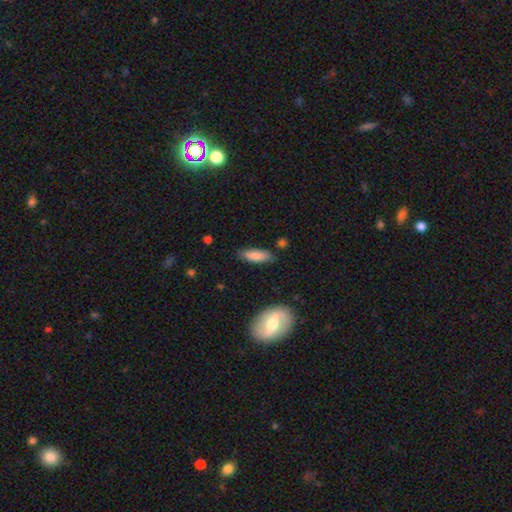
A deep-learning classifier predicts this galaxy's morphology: Smooth or featured? Predicted: smooth (p=0.81). How rounded? Predicted: in between (p=0.60). Merging? Predicted: none (p=0.80).